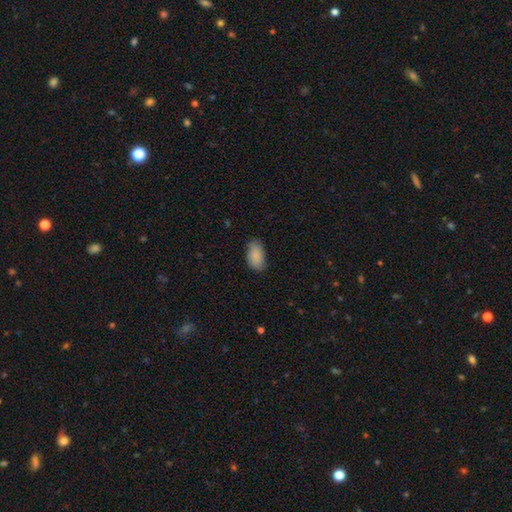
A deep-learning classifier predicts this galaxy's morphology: Smooth or featured: smooth — 89% (star or artifact — 7%)
How rounded: in between — 94% (round — 4%)
Merging: none — 75% (minor disturbance — 20%)